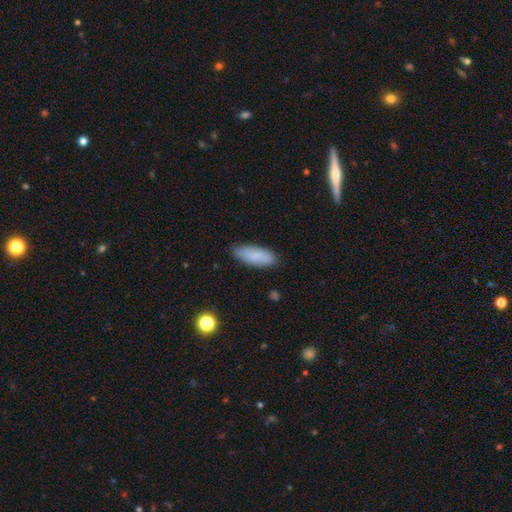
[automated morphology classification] This is clearly a smooth galaxy (84%). How rounded: likely in between (72%). Merging: clearly none (82%).